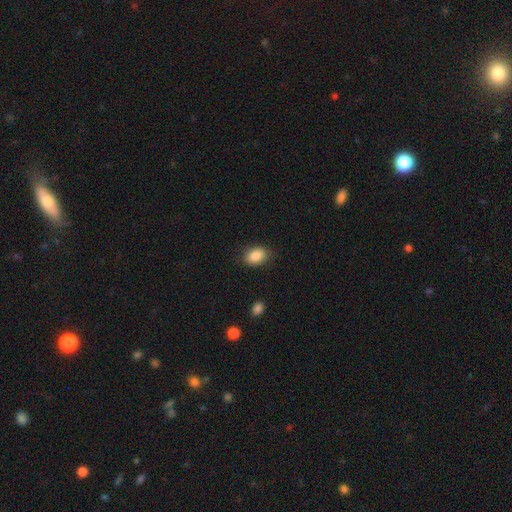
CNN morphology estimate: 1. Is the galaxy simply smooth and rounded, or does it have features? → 87% smooth, 8% star or artifact, 5% featured or disk.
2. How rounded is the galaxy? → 81% in between, 18% round, 1% cigar-shaped.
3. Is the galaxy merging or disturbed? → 83% none, 13% minor disturbance, 3% major disturbance, 1% merger.